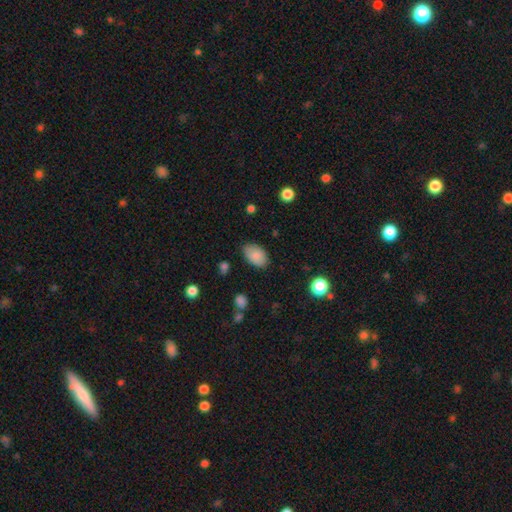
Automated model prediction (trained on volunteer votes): smooth 85%, featured or disk 8%, star or artifact 7%. Down the decision tree: how rounded — in between (91%); merging — none (80%).